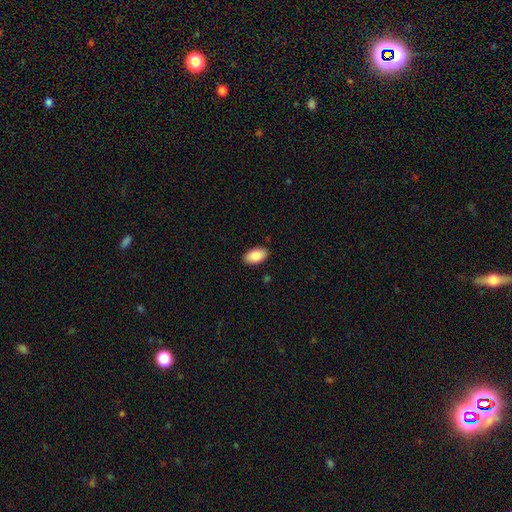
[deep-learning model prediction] Morphology: type=smooth (88%); roundness=in between (95%); merging=none (88%).